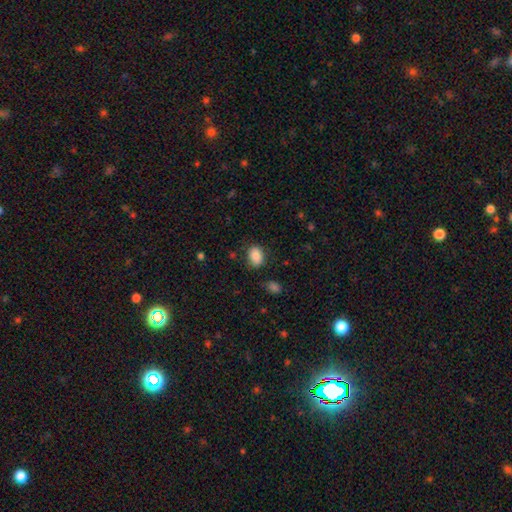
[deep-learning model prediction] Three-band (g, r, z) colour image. It shows a smooth galaxy with no disk features (86%) that is in between round and cigar-shaped (71%). Merging: none (78%).